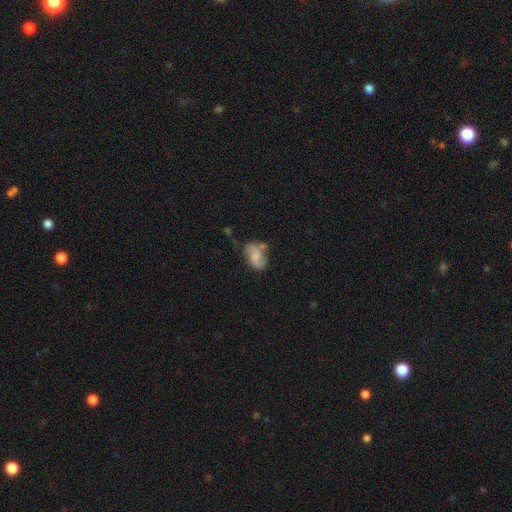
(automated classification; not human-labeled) smooth-or-featured: smooth: 48% | featured or disk: 44% | star or artifact: 9%
  merging: none: 45% | minor disturbance: 28% | merger: 15% | major disturbance: 12%